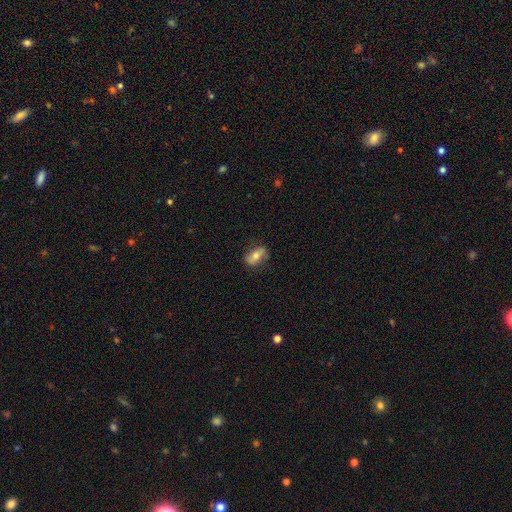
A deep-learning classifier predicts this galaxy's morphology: Smooth or featured?
  - smooth: 61% *
  - featured or disk: 31%
  - star or artifact: 8%
How rounded?
  - in between: 83% *
  - round: 11%
  - cigar-shaped: 6%
Merging?
  - none: 78% *
  - minor disturbance: 17%
  - major disturbance: 4%
  - merger: 1%